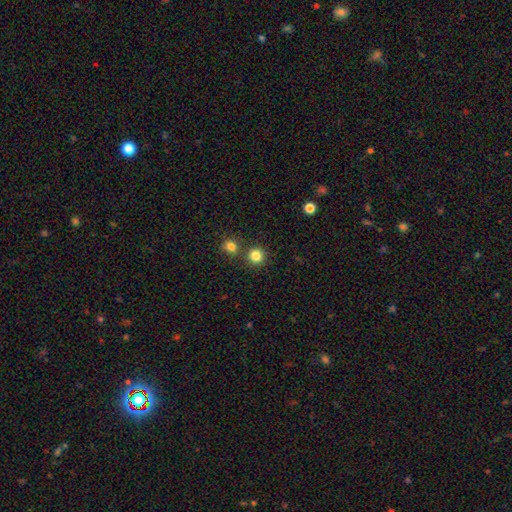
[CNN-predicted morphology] A smooth galaxy with no disk features (84%) that is round (91%).

Vote fractions:
- Smooth or featured? smooth: 84% / star or artifact: 12% / featured or disk: 4%
- How rounded? round: 91% / in between: 8% / cigar-shaped: 1%
- Merging? none: 77% / merger: 14% / minor disturbance: 7% / major disturbance: 2%